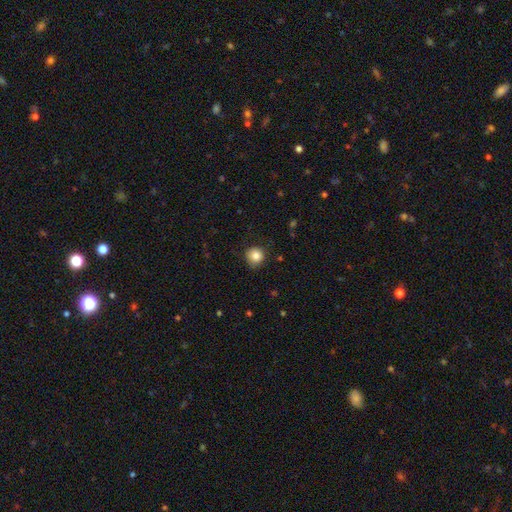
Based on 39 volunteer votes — Morphology: type=smooth (85%); roundness=round (91%); merging=none (81%).